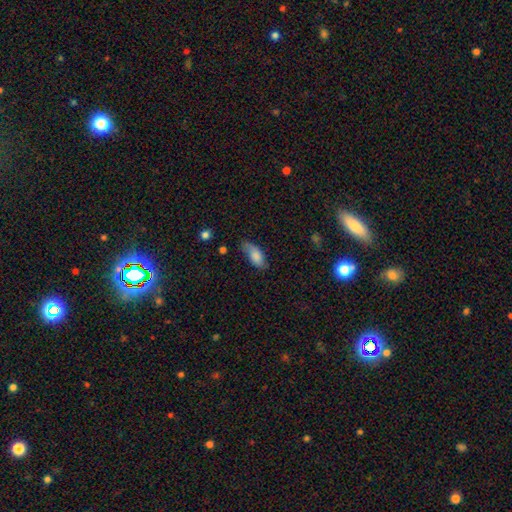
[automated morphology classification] A smooth galaxy with no disk features (76%) that is in between round and cigar-shaped (83%).

Vote fractions:
- Smooth or featured? smooth: 76% / featured or disk: 17% / star or artifact: 7%
- How rounded? in between: 83% / cigar-shaped: 14% / round: 3%
- Merging? none: 61% / minor disturbance: 28% / major disturbance: 8% / merger: 2%